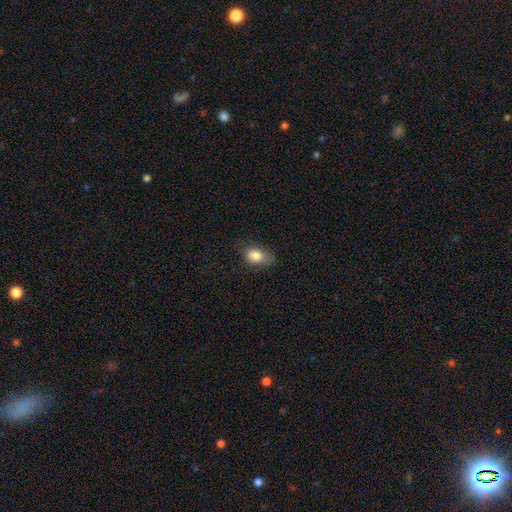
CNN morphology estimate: smooth-or-featured: smooth: 82% | featured or disk: 9% | star or artifact: 8%
  how-rounded: in between: 85% | round: 14% | cigar-shaped: 2%
  merging: none: 64% | minor disturbance: 27% | major disturbance: 8% | merger: 1%